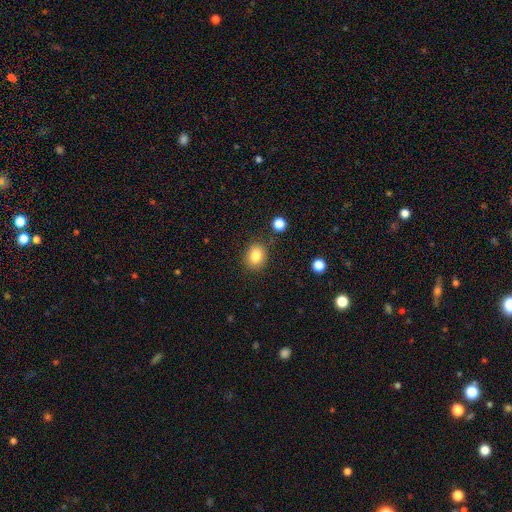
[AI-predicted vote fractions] Smooth or featured? smooth (83%)
How rounded? round (63%)
Merging? none (84%)